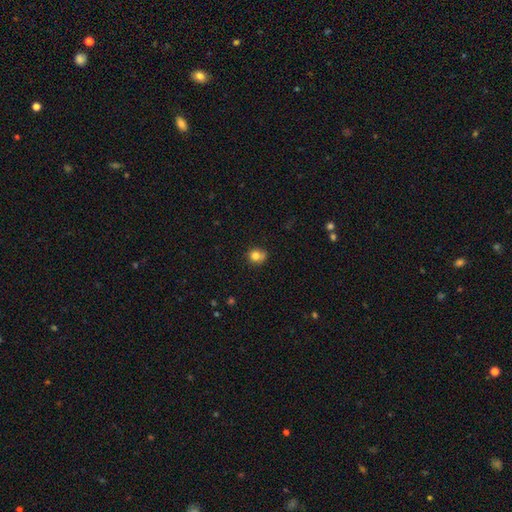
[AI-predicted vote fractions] smooth_or_featured: smooth (p=0.80) [alt: star or artifact p=0.11]
how_rounded: round (p=0.75) [alt: in between p=0.24]
merging: none (p=0.63) [alt: minor disturbance p=0.25]